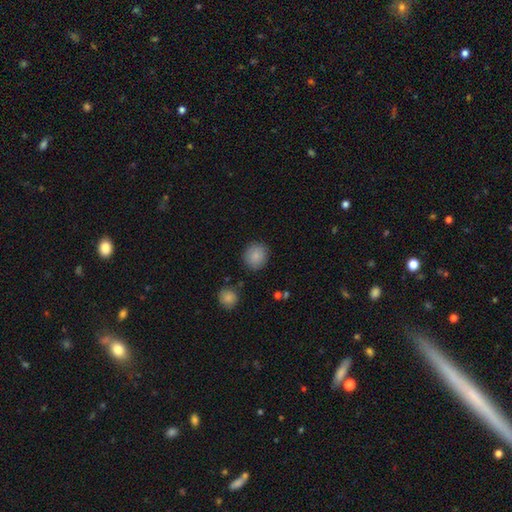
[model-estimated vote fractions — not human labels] smooth-or-featured: smooth: 85% | star or artifact: 9% | featured or disk: 6%
  how-rounded: round: 86% | in between: 13% | cigar-shaped: 1%
  merging: none: 86% | minor disturbance: 9% | major disturbance: 3% | merger: 2%